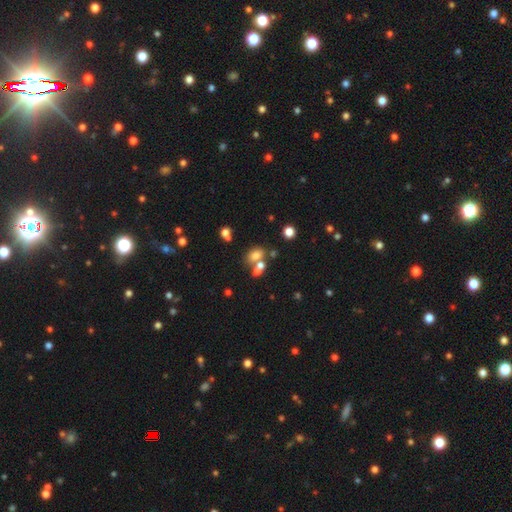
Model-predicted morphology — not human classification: Smooth or featured?
  - smooth: 67% *
  - star or artifact: 17%
  - featured or disk: 16%
How rounded?
  - in between: 75% *
  - round: 23%
  - cigar-shaped: 2%
Merging?
  - none: 42% *
  - merger: 40%
  - minor disturbance: 11%
  - major disturbance: 6%